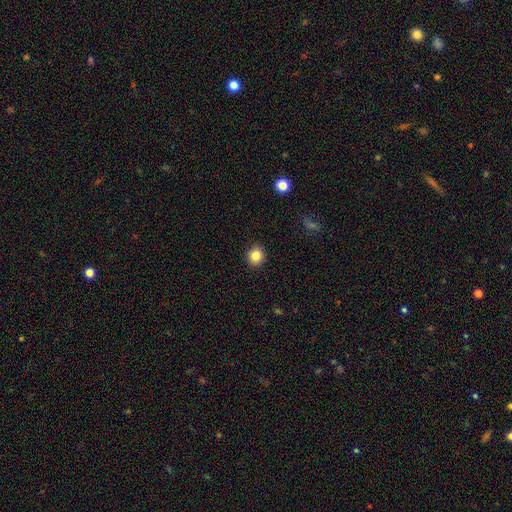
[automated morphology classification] Q: Smooth or featured?
A: smooth (84%); runner-up: star or artifact (10%)
Q: How rounded?
A: round (88%); runner-up: in between (11%)
Q: Merging?
A: none (92%); runner-up: minor disturbance (5%)